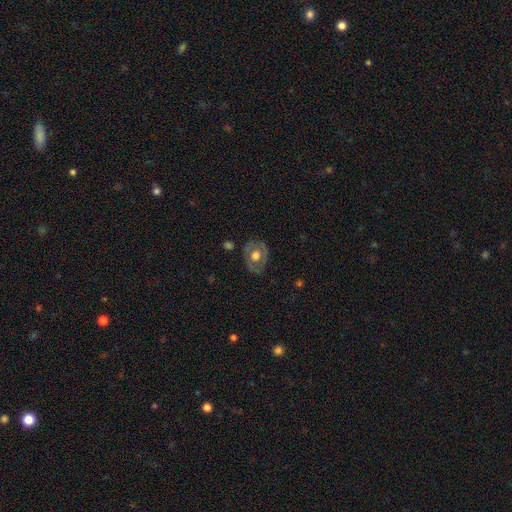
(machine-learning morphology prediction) Smooth or featured?
  - featured or disk: 52% *
  - smooth: 42%
  - star or artifact: 6%
Edge-on disk?
  - no: 94% *
  - yes: 6%
Merging?
  - none: 75% *
  - minor disturbance: 17%
  - major disturbance: 6%
  - merger: 2%